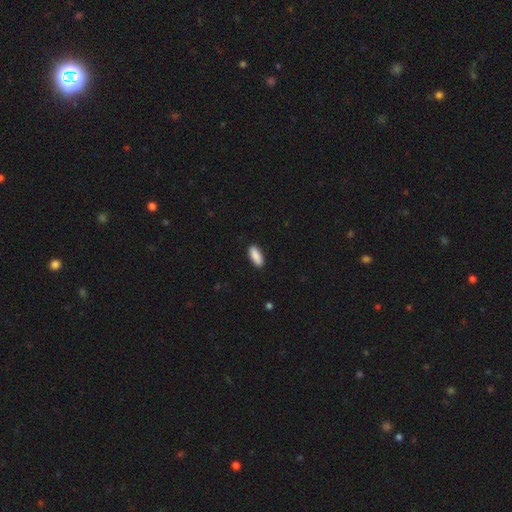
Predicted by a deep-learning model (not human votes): Q: Smooth or featured?
A: smooth (90%); runner-up: star or artifact (6%)
Q: How rounded?
A: in between (80%); runner-up: cigar-shaped (18%)
Q: Merging?
A: none (90%); runner-up: minor disturbance (8%)